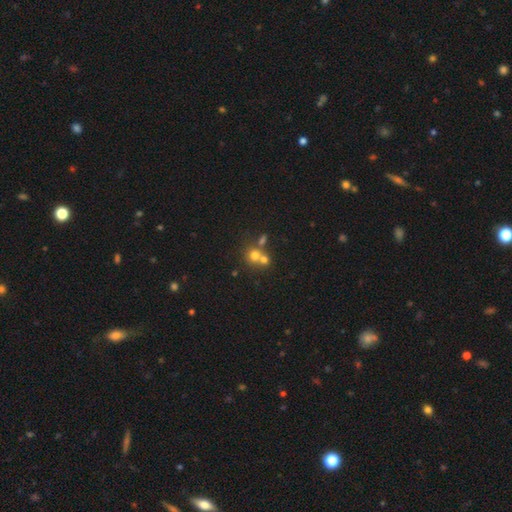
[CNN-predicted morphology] smooth-or-featured: smooth: 62% | star or artifact: 21% | featured or disk: 17%
  how-rounded: round: 85% | in between: 14% | cigar-shaped: 1%
  merging: merger: 47% | none: 43% | minor disturbance: 6% | major disturbance: 3%